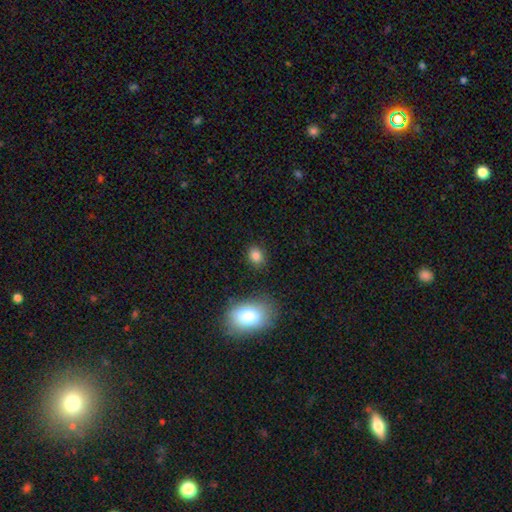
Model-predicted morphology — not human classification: The model was most divided on "how rounded": in between: 50%, round: 49%, cigar-shaped: 1%. More confident: merging — none (84%); smooth or featured — smooth (84%).